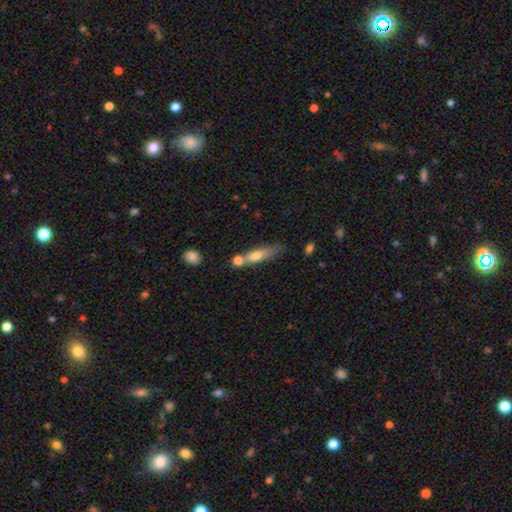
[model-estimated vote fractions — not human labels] Morphology: type=smooth (66%); roundness=cigar-shaped (67%); merging=none (43%).